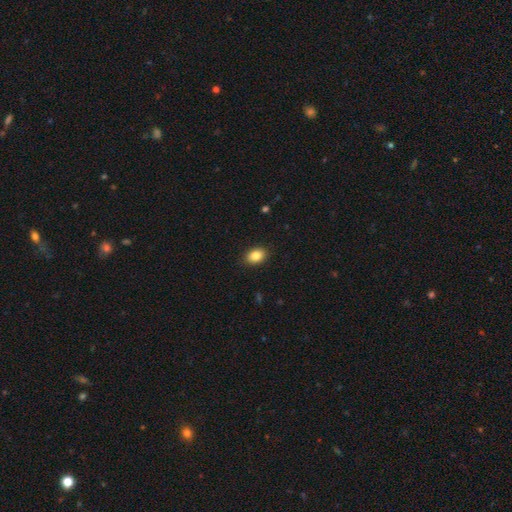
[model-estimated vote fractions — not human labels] Smooth or featured? Predicted: smooth (p=0.85). How rounded? Predicted: in between (p=0.76). Merging? Predicted: none (p=0.90).